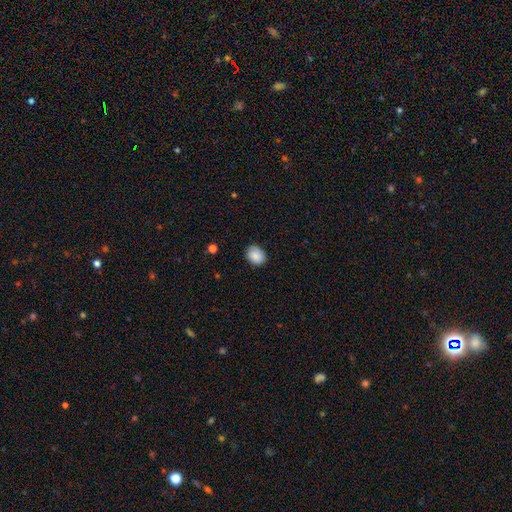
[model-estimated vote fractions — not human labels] Smooth or featured? smooth (88%)
How rounded? round (56%)
Merging? none (83%)